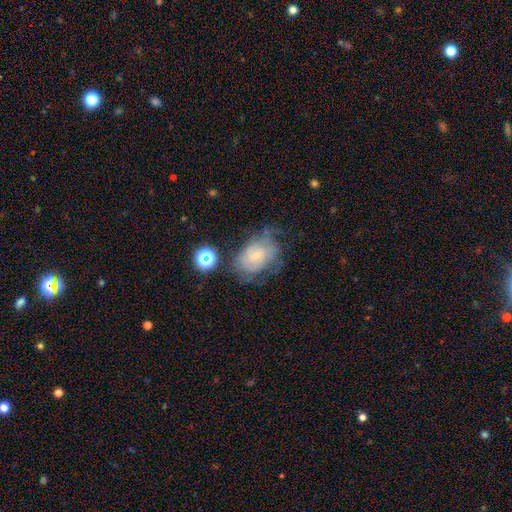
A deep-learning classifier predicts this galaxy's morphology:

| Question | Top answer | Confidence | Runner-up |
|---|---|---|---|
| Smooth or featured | featured or disk | 50% | smooth (37%) |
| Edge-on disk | no | 96% | yes (4%) |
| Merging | none | 49% | minor disturbance (28%) |